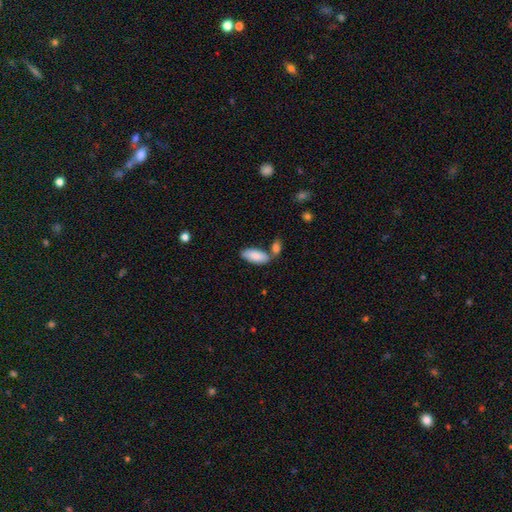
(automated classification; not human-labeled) Smooth or featured?
  - smooth: 87% *
  - featured or disk: 8%
  - star or artifact: 5%
How rounded?
  - in between: 87% *
  - cigar-shaped: 11%
  - round: 2%
Merging?
  - none: 56% *
  - merger: 27%
  - minor disturbance: 13%
  - major disturbance: 4%